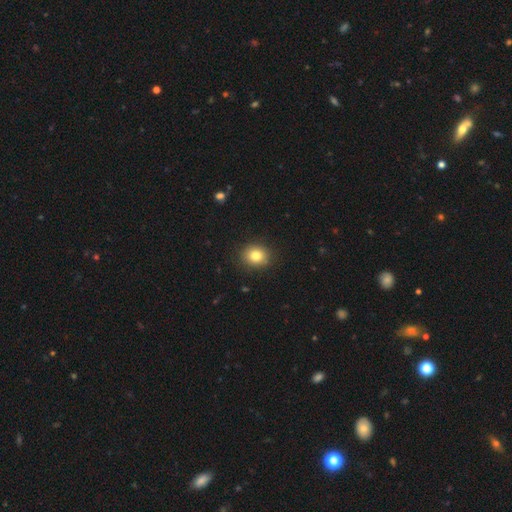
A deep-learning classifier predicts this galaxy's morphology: Smooth or featured: smooth — 81% (star or artifact — 11%)
How rounded: round — 69% (in between — 30%)
Merging: none — 88% (minor disturbance — 8%)